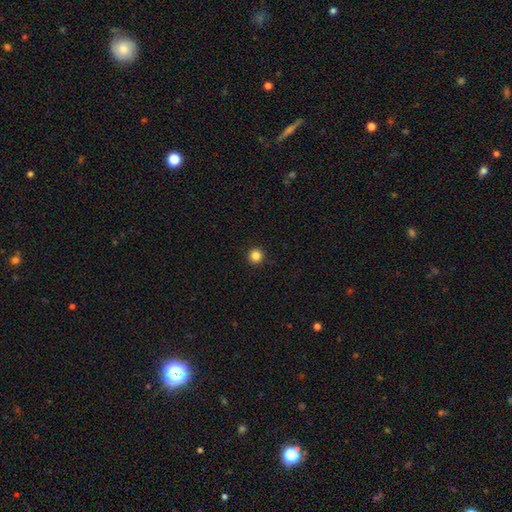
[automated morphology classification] A smooth galaxy with no disk features (85%) that is round (96%).

Vote fractions:
- Smooth or featured? smooth: 85% / star or artifact: 12% / featured or disk: 3%
- How rounded? round: 96% / in between: 3% / cigar-shaped: 1%
- Merging? none: 94% / minor disturbance: 4% / major disturbance: 1% / merger: 1%